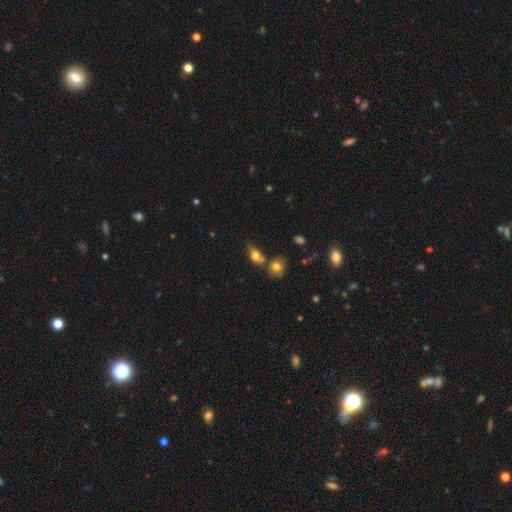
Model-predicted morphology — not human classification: Smooth or featured? Predicted: smooth (p=0.75). How rounded? Predicted: in between (p=0.81). Merging? Predicted: none (p=0.45).